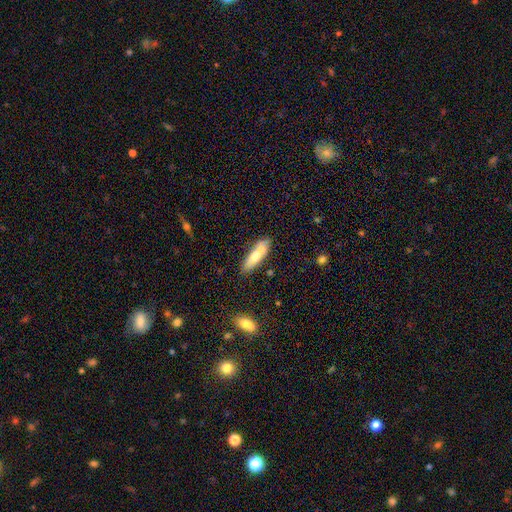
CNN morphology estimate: smooth-or-featured: smooth: 64% | featured or disk: 30% | star or artifact: 6%
  how-rounded: cigar-shaped: 56% | in between: 41% | round: 2%
  merging: none: 69% | minor disturbance: 17% | merger: 11% | major disturbance: 4%